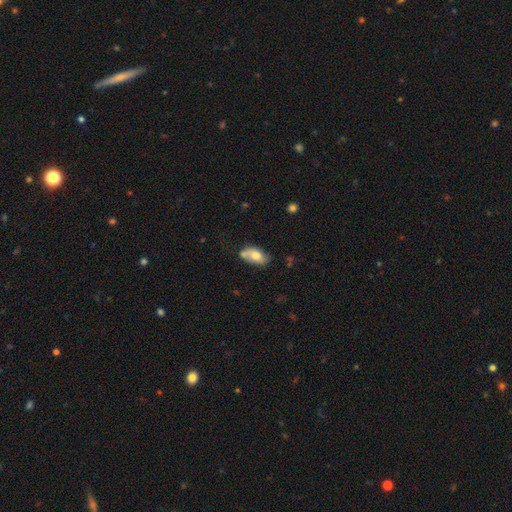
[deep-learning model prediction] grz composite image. It shows a smooth galaxy with no disk features (64%) that is in between round and cigar-shaped (91%). Merging: none (54%).